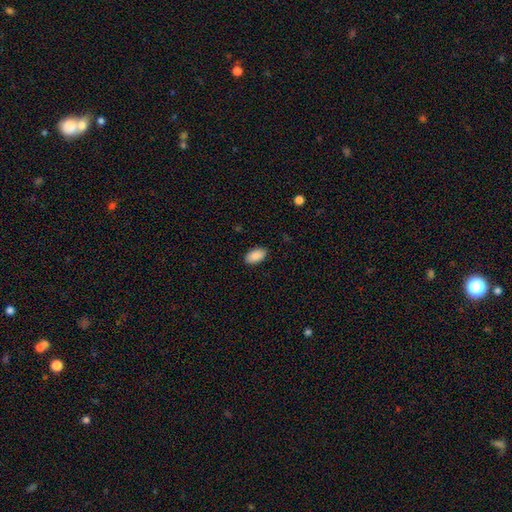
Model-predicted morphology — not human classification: type=smooth (90%); roundness=in between (95%); merging=none (89%).